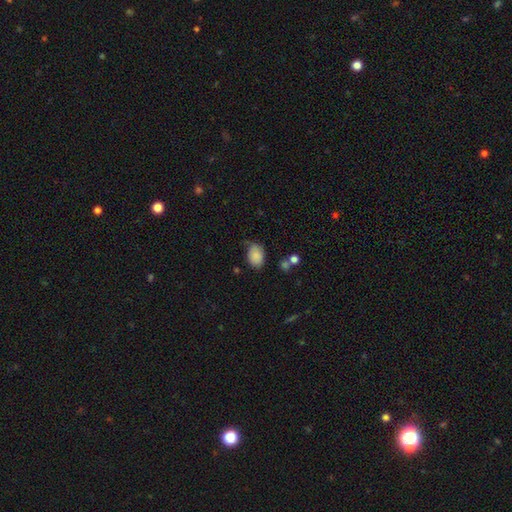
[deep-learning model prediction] Overall: smooth (86%). How rounded: in between (81%). Merging: none (58%; minor disturbance 31%).